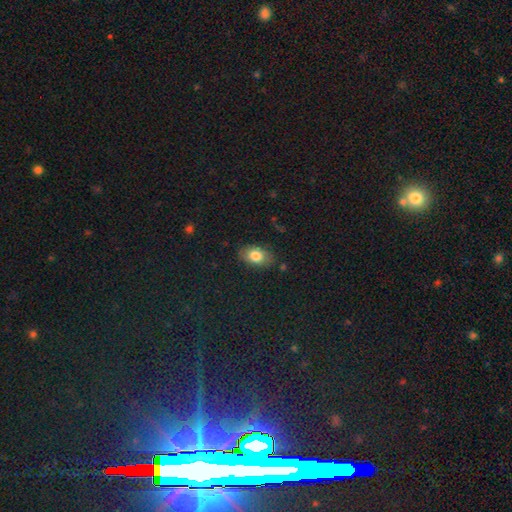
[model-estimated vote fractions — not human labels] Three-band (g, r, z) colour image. It shows a smooth galaxy with no disk features (78%) that is in between round and cigar-shaped (87%). Merging: none (80%).